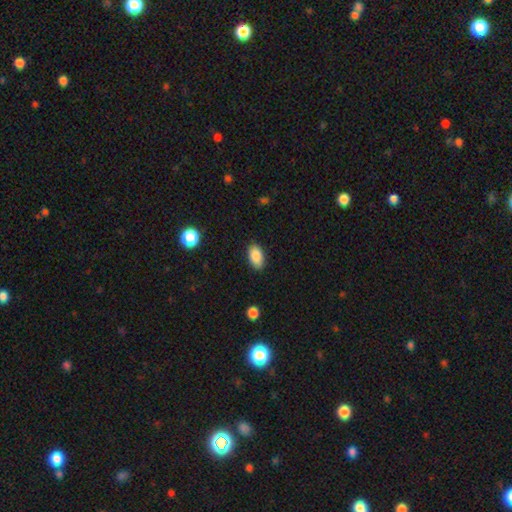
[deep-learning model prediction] Smooth or featured: smooth — 88% (star or artifact — 7%)
How rounded: in between — 92% (round — 6%)
Merging: none — 86% (minor disturbance — 11%)